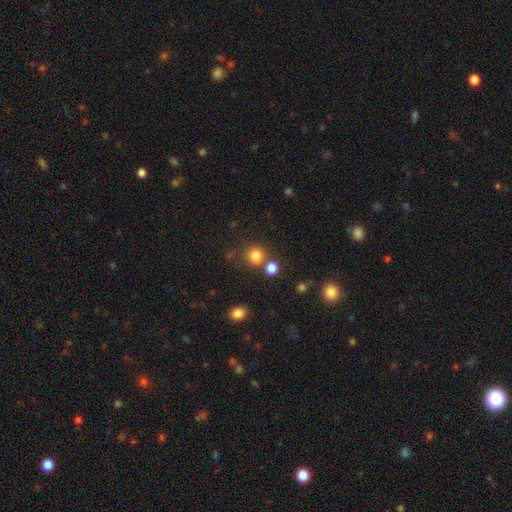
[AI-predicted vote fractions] The model was most divided on "merging": none: 65%, merger: 19%, minor disturbance: 11%, major disturbance: 5%. More confident: how rounded — round (84%); smooth or featured — smooth (79%).